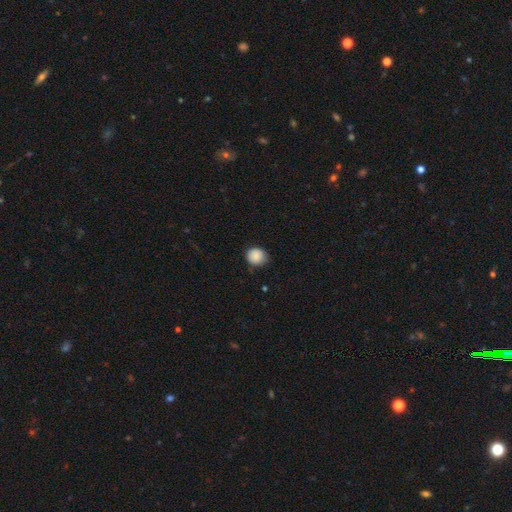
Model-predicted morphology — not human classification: Q: Smooth or featured?
A: smooth (88%); runner-up: star or artifact (8%)
Q: How rounded?
A: round (85%); runner-up: in between (14%)
Q: Merging?
A: none (78%); runner-up: minor disturbance (18%)